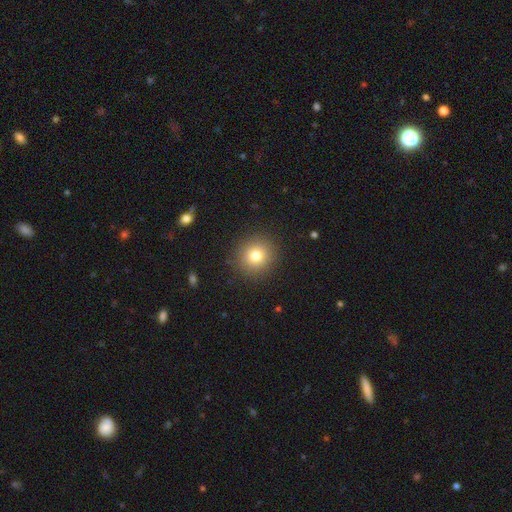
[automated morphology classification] Overall: smooth (79%). How rounded: round (91%). Merging: none (90%).